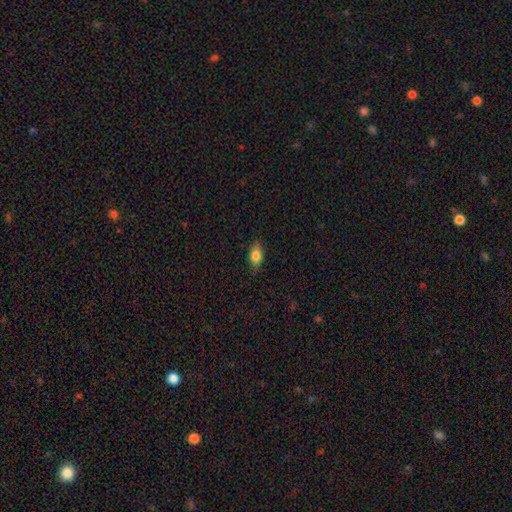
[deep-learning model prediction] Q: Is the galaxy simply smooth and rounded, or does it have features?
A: smooth — 78%.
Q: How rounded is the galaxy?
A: in between — 84%.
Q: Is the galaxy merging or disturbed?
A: none — 82%.